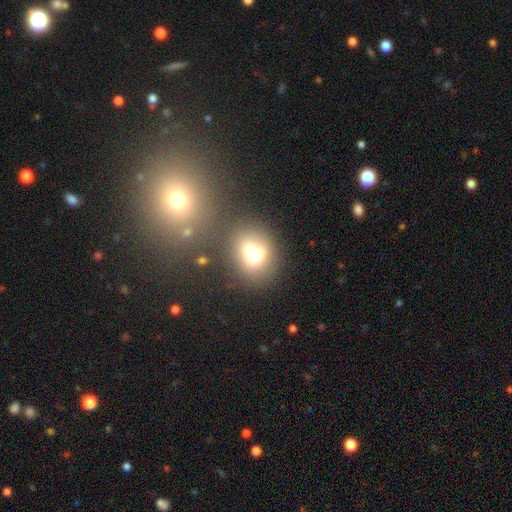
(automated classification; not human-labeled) Smooth or featured: smooth — 65% (featured or disk — 22%)
How rounded: round — 54% (in between — 44%)
Merging: merger — 47% (none — 37%)